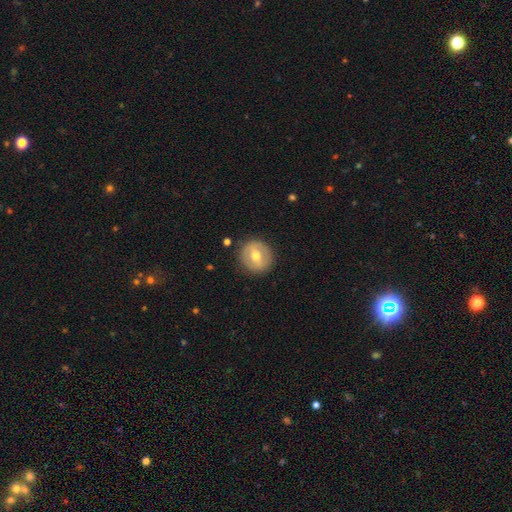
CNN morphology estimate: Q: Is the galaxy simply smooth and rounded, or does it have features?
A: smooth — 50%.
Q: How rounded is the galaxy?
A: round — 88%.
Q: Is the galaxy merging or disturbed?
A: none — 87%.